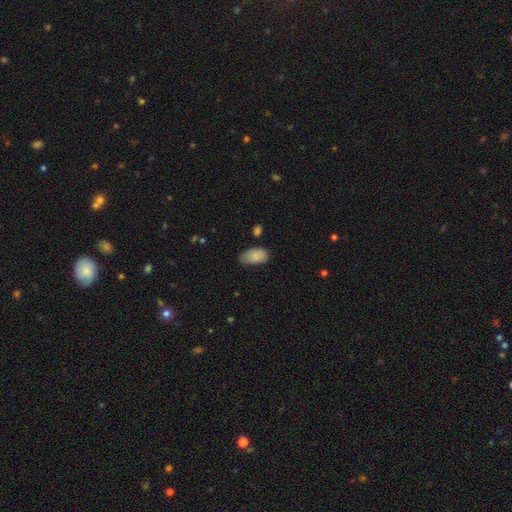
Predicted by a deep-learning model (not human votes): smooth 85%, featured or disk 7%, star or artifact 7%. Down the decision tree: how rounded — in between (94%); merging — none (47%).